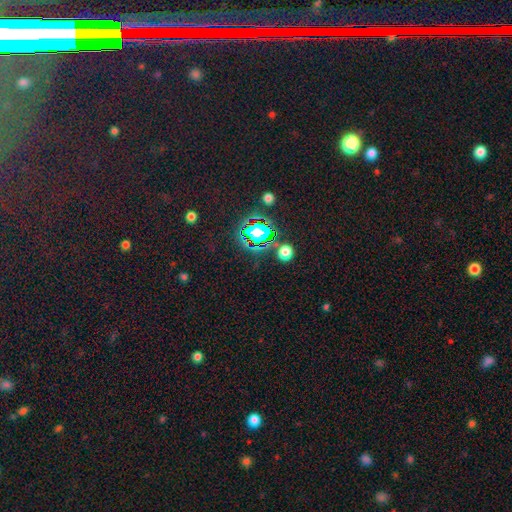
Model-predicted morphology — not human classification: Overall: star or artifact (83%).